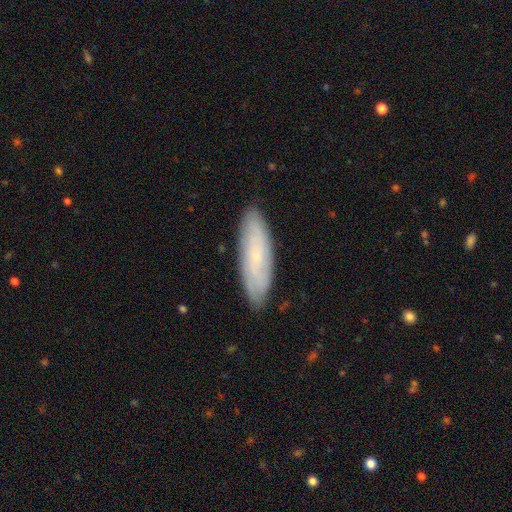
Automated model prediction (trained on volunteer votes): smooth-or-featured: smooth: 54% | featured or disk: 39% | star or artifact: 8%
  how-rounded: cigar-shaped: 50% | in between: 48% | round: 2%
  merging: none: 86% | minor disturbance: 11% | major disturbance: 2% | merger: 1%